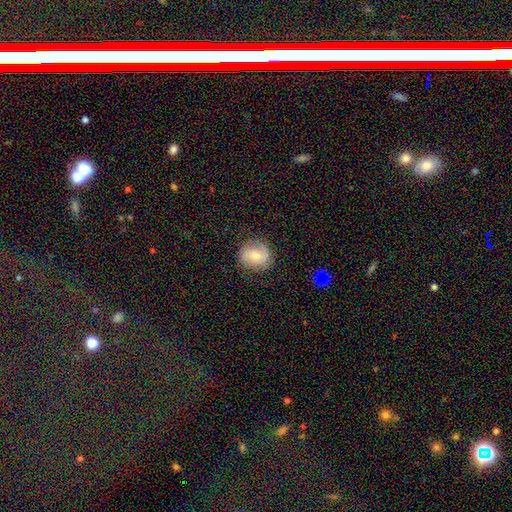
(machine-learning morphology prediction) The model was most divided on "spiral winding": medium: 45%, loose: 29%, tight: 26%. More confident: edge-on disk — no (98%); spiral arms — yes (90%); spiral arm count — 2 (86%); merging — none (83%); smooth or featured — featured or disk (59%); bulge size — moderate (58%); bar — no (54%).